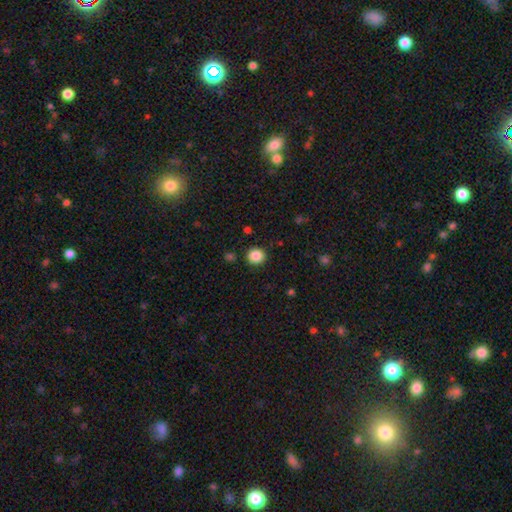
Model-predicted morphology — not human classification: This appears to be a smooth galaxy with no disk features (86%) that is round (90%). Merging: none (90%).